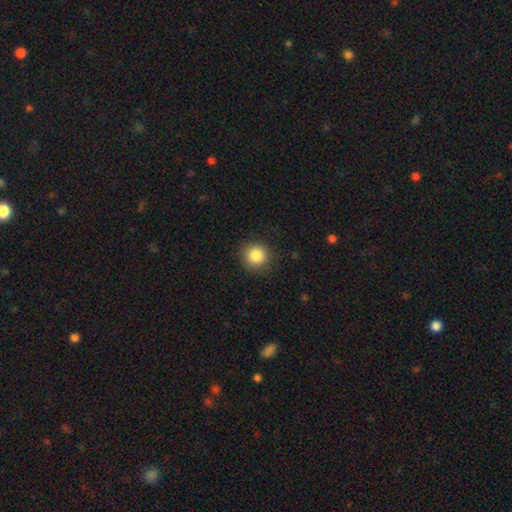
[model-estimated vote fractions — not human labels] Morphology: type=smooth (85%); roundness=round (92%); merging=none (88%).